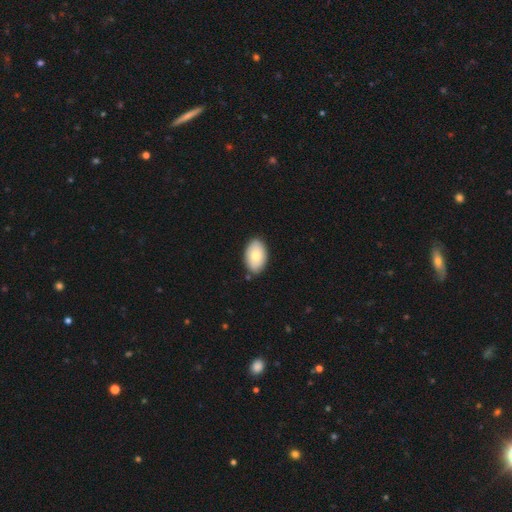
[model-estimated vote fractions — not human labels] Smooth or featured: smooth — 77% (featured or disk — 17%)
How rounded: in between — 92% (round — 7%)
Merging: none — 85% (minor disturbance — 11%)